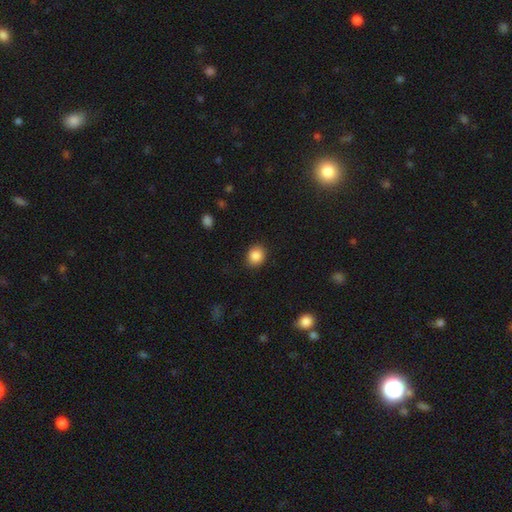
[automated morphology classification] A smooth galaxy with no disk features (87%) that is round (69%).

Vote fractions:
- Smooth or featured? smooth: 87% / star or artifact: 9% / featured or disk: 4%
- How rounded? round: 69% / in between: 31% / cigar-shaped: 1%
- Merging? none: 88% / minor disturbance: 8% / major disturbance: 2% / merger: 1%